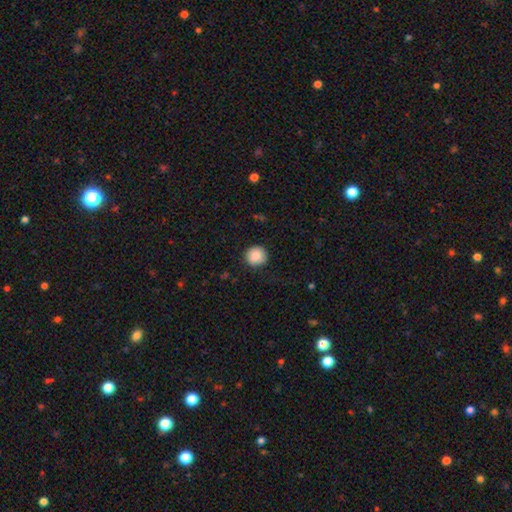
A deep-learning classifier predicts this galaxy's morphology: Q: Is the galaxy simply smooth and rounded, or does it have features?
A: smooth — 88%.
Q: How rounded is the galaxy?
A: round — 92%.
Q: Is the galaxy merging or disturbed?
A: none — 87%.